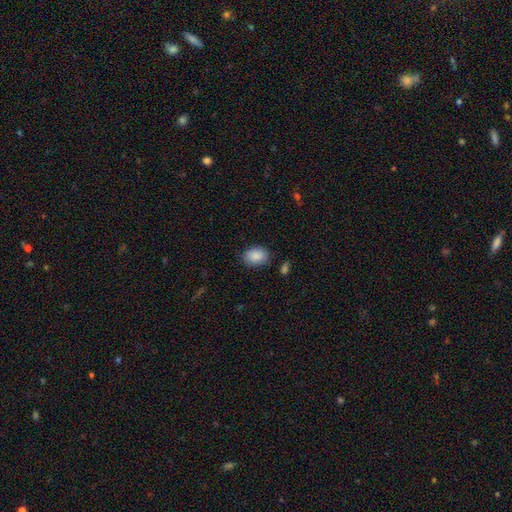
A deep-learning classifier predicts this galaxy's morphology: type=smooth (89%); roundness=in between (80%); merging=none (83%).